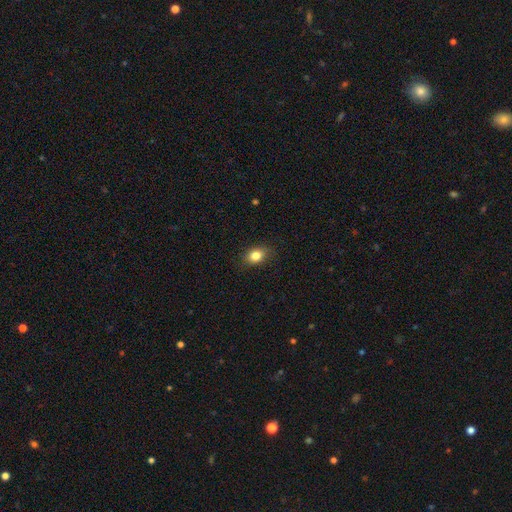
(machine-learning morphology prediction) Smooth or featured?
  - smooth: 83% *
  - star or artifact: 10%
  - featured or disk: 7%
How rounded?
  - in between: 67% *
  - round: 31%
  - cigar-shaped: 1%
Merging?
  - none: 85% *
  - minor disturbance: 11%
  - major disturbance: 3%
  - merger: 1%